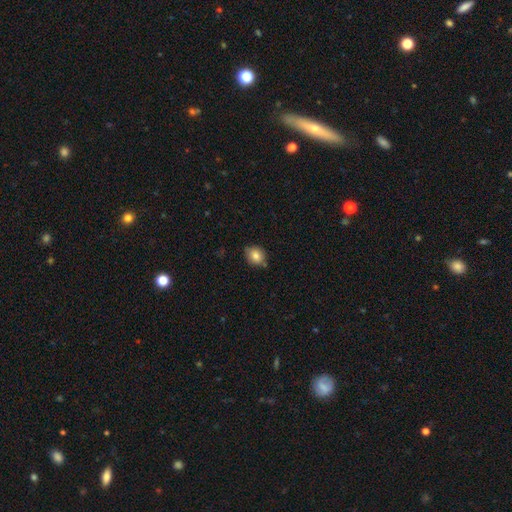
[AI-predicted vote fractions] Smooth or featured: smooth — 82% (star or artifact — 9%)
How rounded: round — 63% (in between — 36%)
Merging: none — 74% (minor disturbance — 18%)